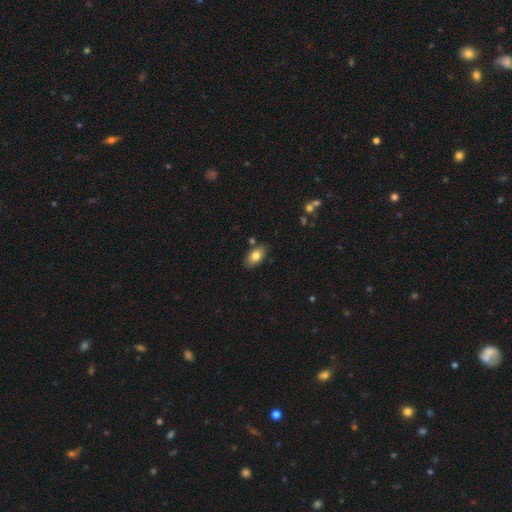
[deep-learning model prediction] Smooth or featured: smooth — 77% (featured or disk — 15%)
How rounded: in between — 90% (round — 8%)
Merging: none — 80% (minor disturbance — 13%)